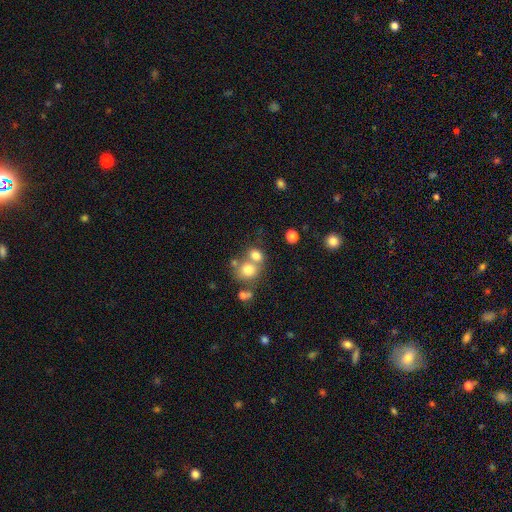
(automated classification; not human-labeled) Overall: smooth (75%). How rounded: round (60%; in between 39%). Merging: merger (49%; none 37%).